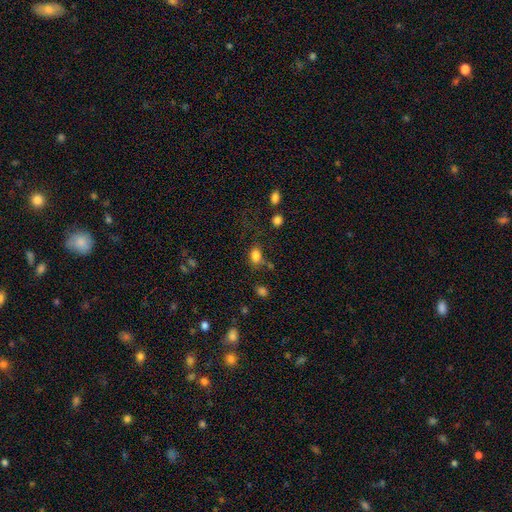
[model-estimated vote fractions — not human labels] A smooth galaxy with no disk features (82%) that is in between round and cigar-shaped (75%). Merging: none (63%).